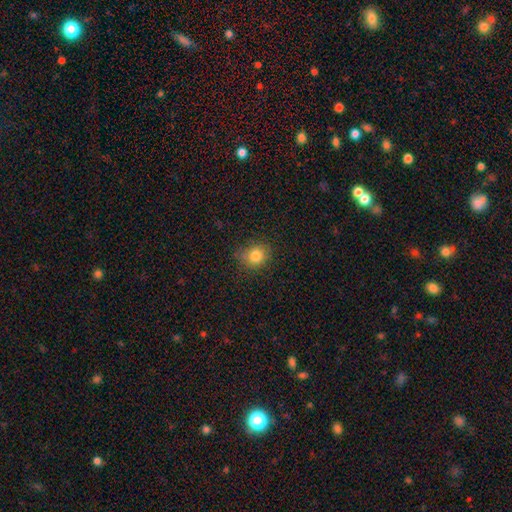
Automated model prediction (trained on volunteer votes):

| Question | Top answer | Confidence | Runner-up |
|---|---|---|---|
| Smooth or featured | smooth | 82% | star or artifact (11%) |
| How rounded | round | 73% | in between (26%) |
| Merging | none | 75% | minor disturbance (19%) |